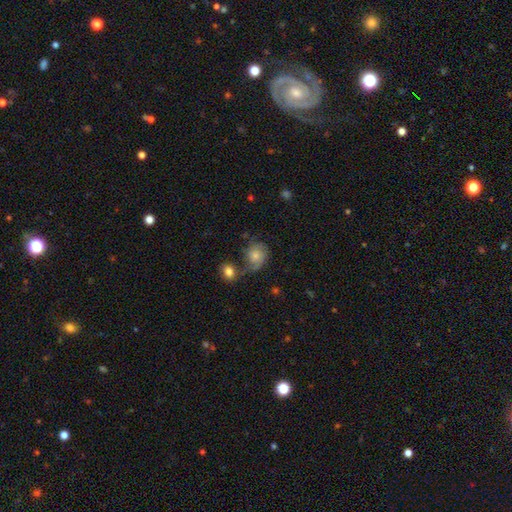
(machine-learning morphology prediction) Smooth or featured: smooth — 63% (featured or disk — 28%)
How rounded: round — 67% (in between — 32%)
Merging: none — 41% (minor disturbance — 22%)